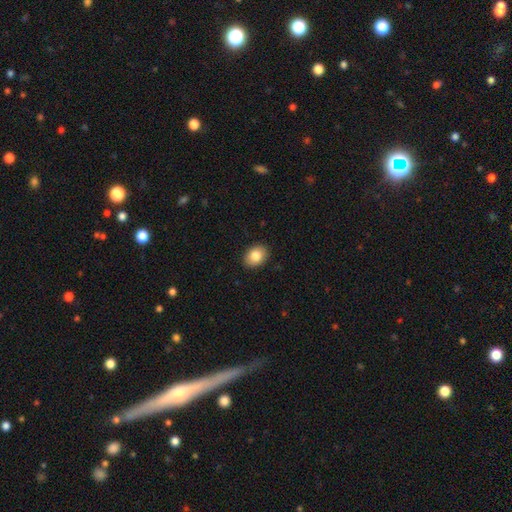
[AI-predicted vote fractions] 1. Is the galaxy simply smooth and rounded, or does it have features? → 84% smooth, 8% featured or disk, 8% star or artifact.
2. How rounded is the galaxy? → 65% in between, 34% round, 1% cigar-shaped.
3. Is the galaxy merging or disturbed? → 90% none, 7% minor disturbance, 2% major disturbance, 1% merger.